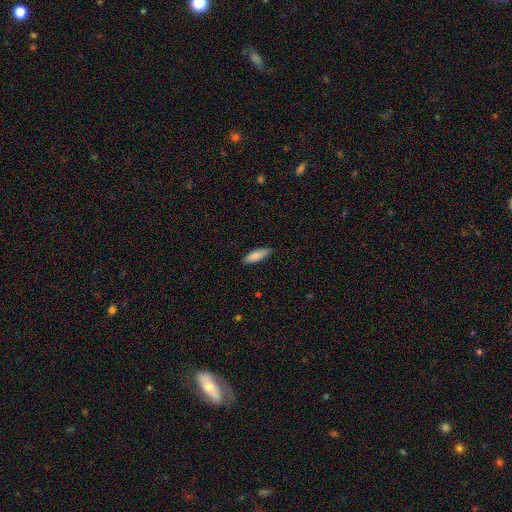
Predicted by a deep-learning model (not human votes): smooth 86%, featured or disk 8%, star or artifact 6%. Down the decision tree: how rounded — in between (53%); merging — none (86%).